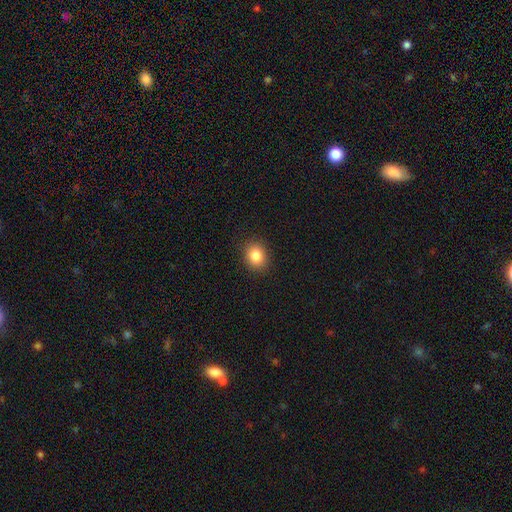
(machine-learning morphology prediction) smooth 84%, star or artifact 10%, featured or disk 6%. Down the decision tree: how rounded — round (60%); merging — none (89%).